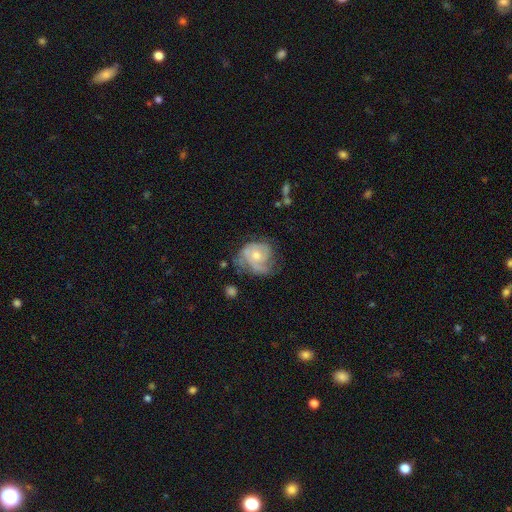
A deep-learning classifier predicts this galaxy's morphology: Smooth or featured: featured or disk — 72% (smooth — 22%)
Edge-on disk: no — 98% (yes — 2%)
Bar: no — 77% (weak — 21%)
Spiral arms: yes — 85% (no — 15%)
Spiral winding: tight — 48% (medium — 38%)
Spiral arm count: can't tell — 31% (2 — 28%)
Bulge size: moderate — 56% (small — 36%)
Merging: none — 49% (minor disturbance — 27%)